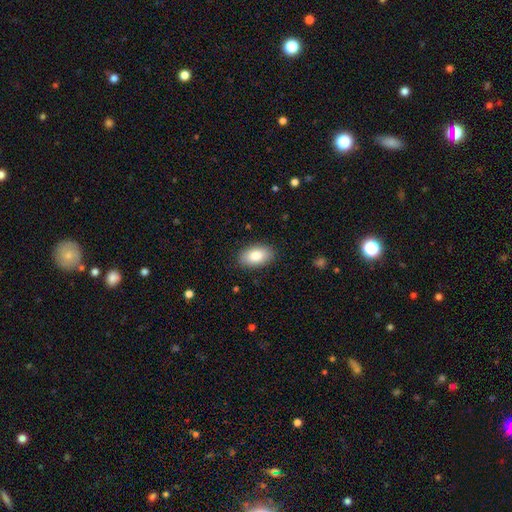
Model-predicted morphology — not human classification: Smooth or featured? smooth (84%)
How rounded? in between (93%)
Merging? none (88%)